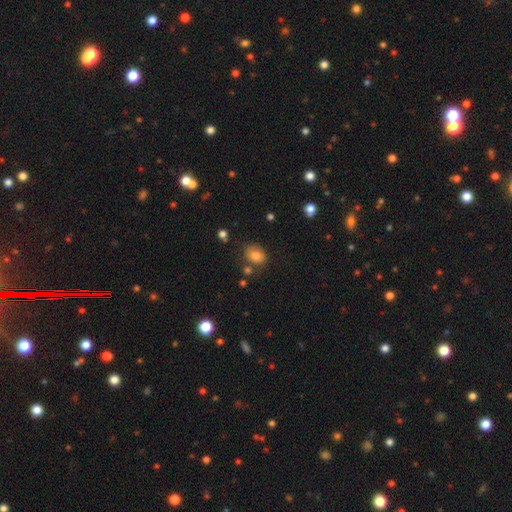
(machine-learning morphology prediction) smooth_or_featured: smooth (p=0.79) [alt: star or artifact p=0.11]
how_rounded: in between (p=0.55) [alt: round p=0.44]
merging: none (p=0.66) [alt: minor disturbance p=0.21]